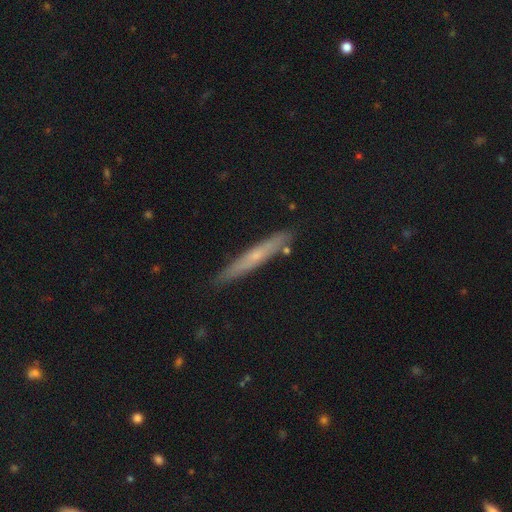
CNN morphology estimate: type=featured or disk (50%); edge-on=yes (91%); merging=none (87%).